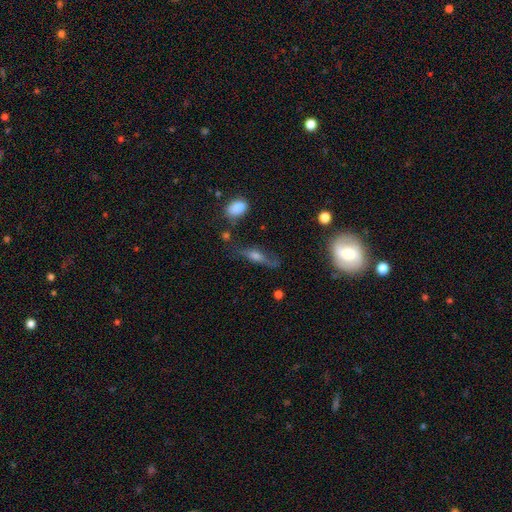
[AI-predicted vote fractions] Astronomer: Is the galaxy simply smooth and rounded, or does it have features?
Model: featured or disk — 57%.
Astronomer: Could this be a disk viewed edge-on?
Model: yes — 72%.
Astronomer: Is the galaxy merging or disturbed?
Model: none — 62%.